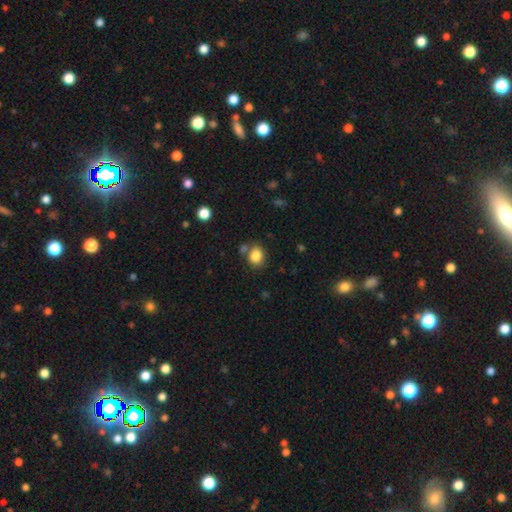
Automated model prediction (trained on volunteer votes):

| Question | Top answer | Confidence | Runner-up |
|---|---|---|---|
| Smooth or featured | smooth | 84% | star or artifact (10%) |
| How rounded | round | 56% | in between (43%) |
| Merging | none | 68% | merger (14%) |